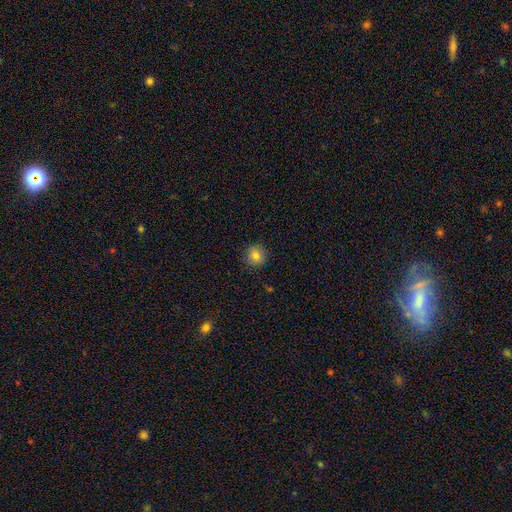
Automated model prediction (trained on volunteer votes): Overall: smooth (81%). How rounded: round (91%). Merging: none (88%).